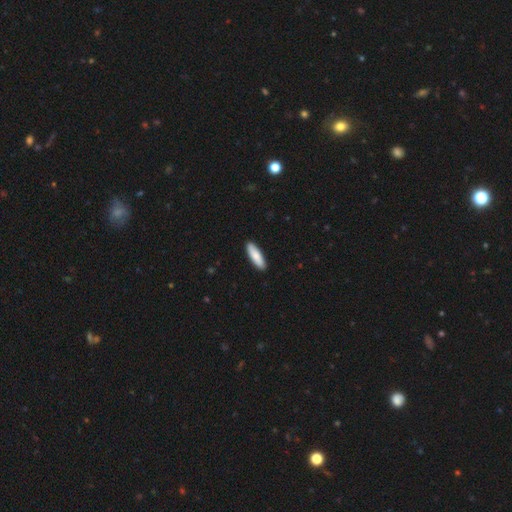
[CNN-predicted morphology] Q: Smooth or featured?
A: smooth (84%); runner-up: featured or disk (12%)
Q: How rounded?
A: cigar-shaped (57%); runner-up: in between (41%)
Q: Merging?
A: none (91%); runner-up: minor disturbance (7%)